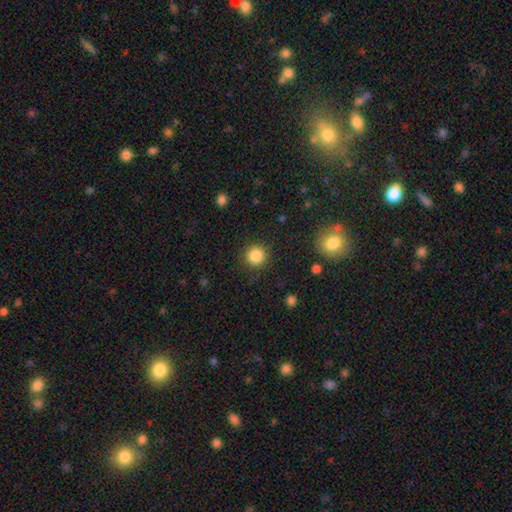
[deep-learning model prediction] smooth-or-featured: smooth: 85% | star or artifact: 10% | featured or disk: 4%
  how-rounded: round: 93% | in between: 6% | cigar-shaped: 1%
  merging: none: 89% | minor disturbance: 7% | major disturbance: 3% | merger: 1%